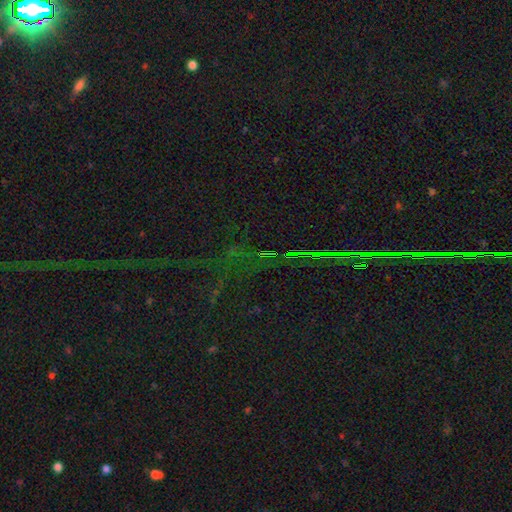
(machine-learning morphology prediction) Smooth or featured: star or artifact — 84% (smooth — 8%)